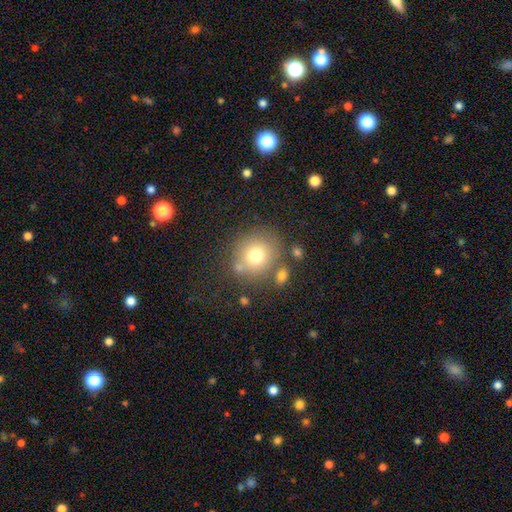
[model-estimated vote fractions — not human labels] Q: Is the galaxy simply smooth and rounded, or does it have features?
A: smooth — 73%.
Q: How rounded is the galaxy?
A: round — 85%.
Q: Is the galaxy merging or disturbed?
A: none — 73%.